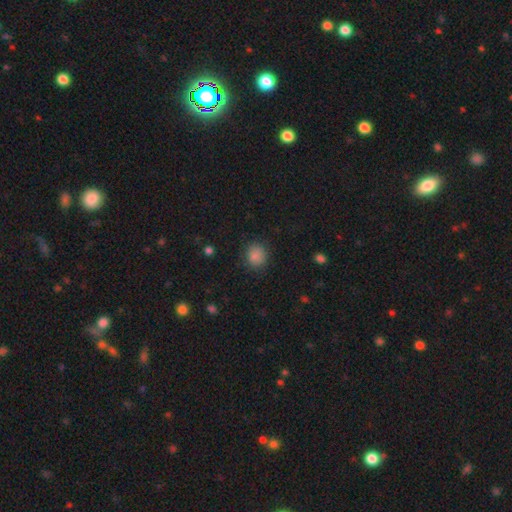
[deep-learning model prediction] Smooth or featured?
  - smooth: 85% *
  - star or artifact: 11%
  - featured or disk: 4%
How rounded?
  - round: 82% *
  - in between: 17%
  - cigar-shaped: 1%
Merging?
  - none: 86% *
  - minor disturbance: 10%
  - major disturbance: 3%
  - merger: 1%